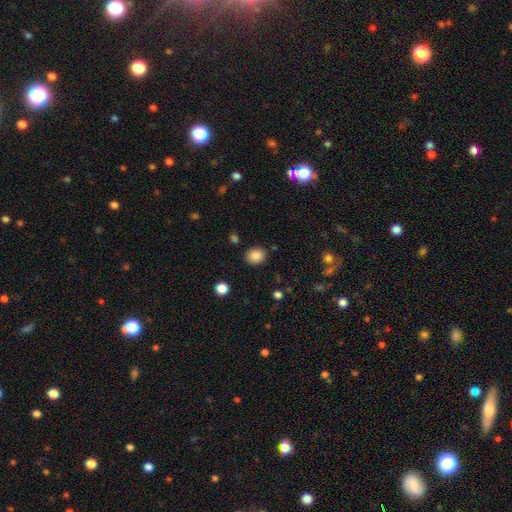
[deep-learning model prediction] smooth-or-featured: smooth: 87% | star or artifact: 10% | featured or disk: 4%
  how-rounded: round: 56% | in between: 43% | cigar-shaped: 1%
  merging: none: 86% | minor disturbance: 9% | major disturbance: 3% | merger: 2%